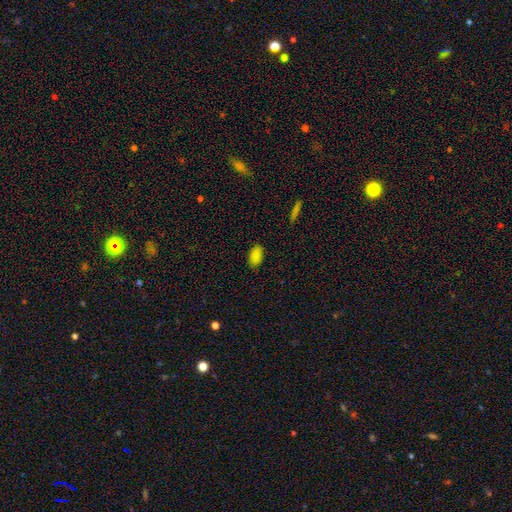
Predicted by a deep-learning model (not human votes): smooth-or-featured: smooth: 86% | star or artifact: 10% | featured or disk: 4%
  how-rounded: in between: 93% | round: 5% | cigar-shaped: 3%
  merging: none: 86% | minor disturbance: 11% | major disturbance: 2% | merger: 1%